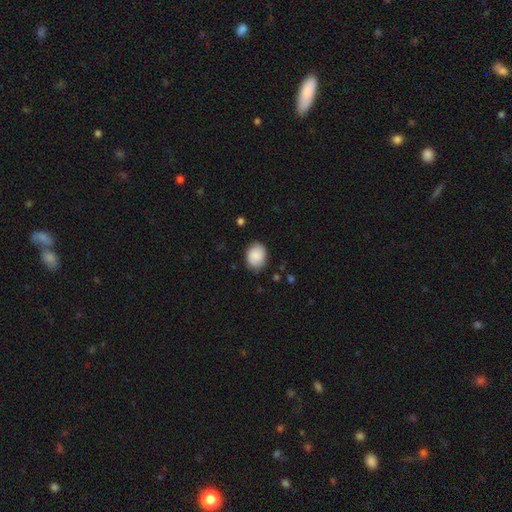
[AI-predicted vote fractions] This appears to be a smooth galaxy with no disk features (88%) that is in between round and cigar-shaped (60%). Merging: none (80%).